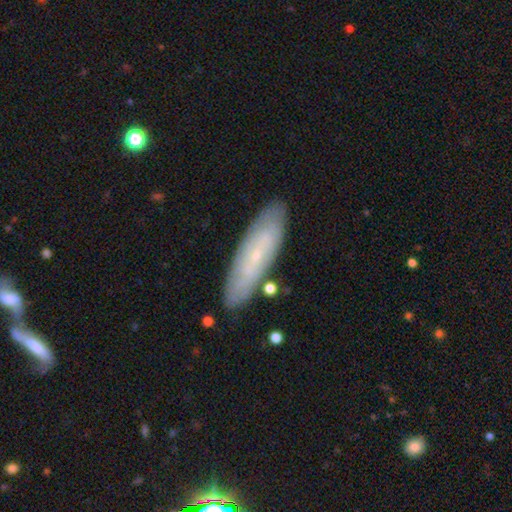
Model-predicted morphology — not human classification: A featured or disk galaxy (54%). Merging: none (85%).